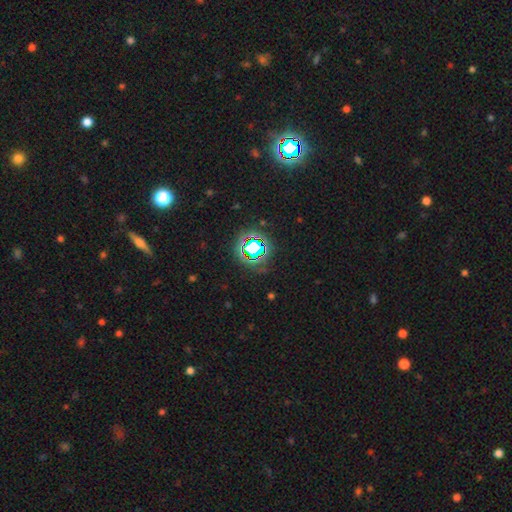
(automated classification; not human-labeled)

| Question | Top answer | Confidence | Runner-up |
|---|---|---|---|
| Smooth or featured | star or artifact | 76% | smooth (15%) |